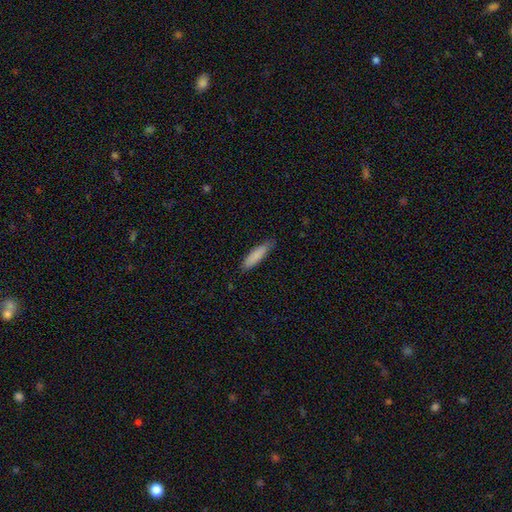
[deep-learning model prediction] This appears to be a smooth galaxy with no disk features (86%) that is cigar-shaped (74%). Merging: none (81%).